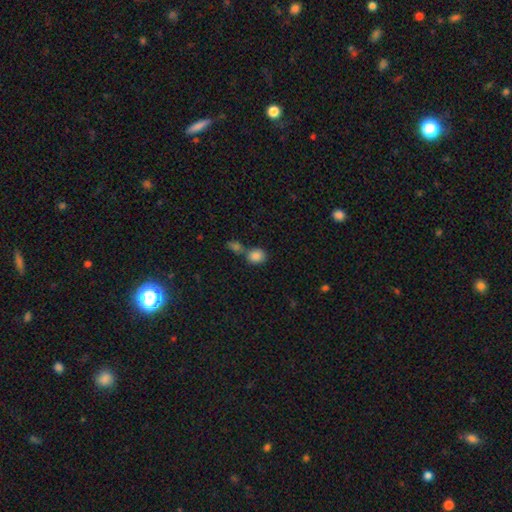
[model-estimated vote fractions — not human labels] Smooth or featured?
  - smooth: 86% *
  - star or artifact: 9%
  - featured or disk: 5%
How rounded?
  - round: 59% *
  - in between: 40%
  - cigar-shaped: 1%
Merging?
  - none: 45% *
  - merger: 42%
  - minor disturbance: 9%
  - major disturbance: 4%